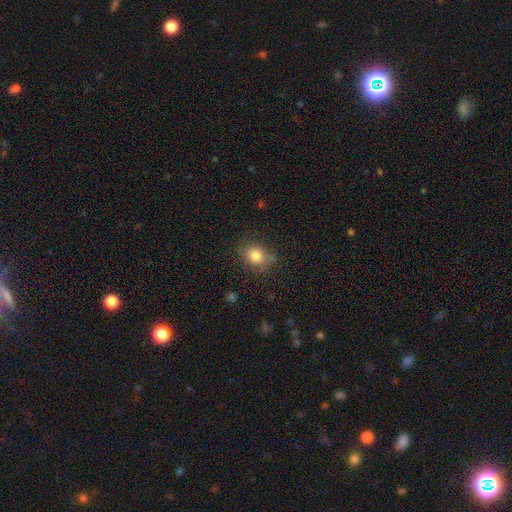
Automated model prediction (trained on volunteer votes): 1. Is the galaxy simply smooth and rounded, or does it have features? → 81% smooth, 10% star or artifact, 9% featured or disk.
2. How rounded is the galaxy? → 55% round, 44% in between, 1% cigar-shaped.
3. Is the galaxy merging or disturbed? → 71% none, 21% minor disturbance, 5% major disturbance, 3% merger.